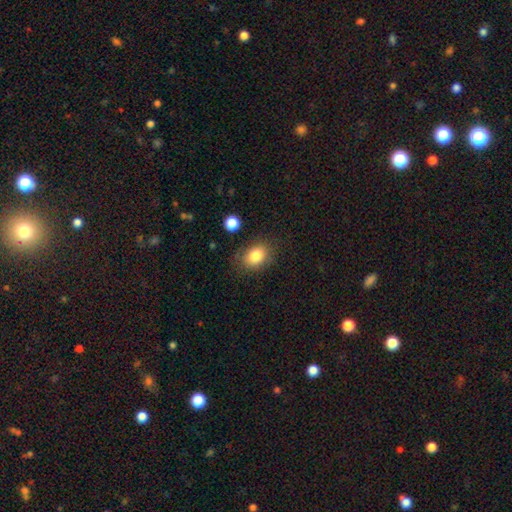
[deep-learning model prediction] Smooth or featured? smooth (83%)
How rounded? in between (64%)
Merging? none (76%)